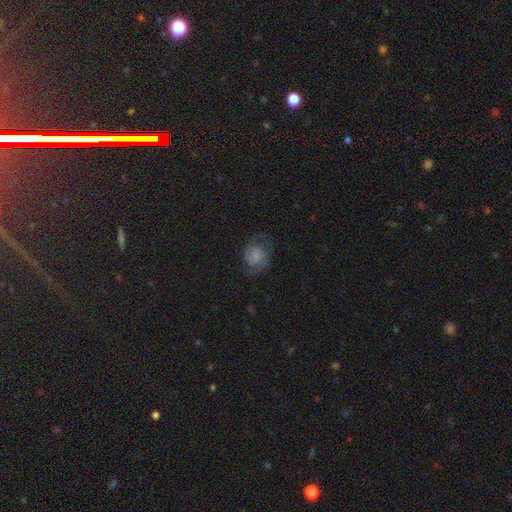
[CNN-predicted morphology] smooth_or_featured: featured or disk (p=0.51) [alt: smooth p=0.39]
disk_edge_on: no (p=0.98) [alt: yes p=0.02]
merging: none (p=0.64) [alt: minor disturbance p=0.20]